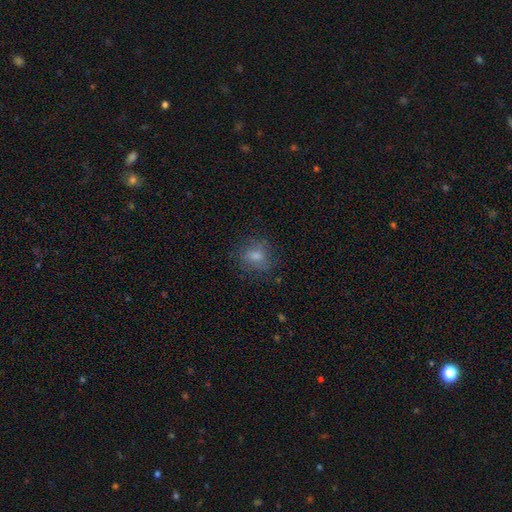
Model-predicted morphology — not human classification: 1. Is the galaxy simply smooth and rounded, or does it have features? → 62% smooth, 21% featured or disk, 17% star or artifact.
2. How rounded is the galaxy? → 57% round, 41% in between, 2% cigar-shaped.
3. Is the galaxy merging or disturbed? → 74% none, 16% minor disturbance, 8% major disturbance, 1% merger.